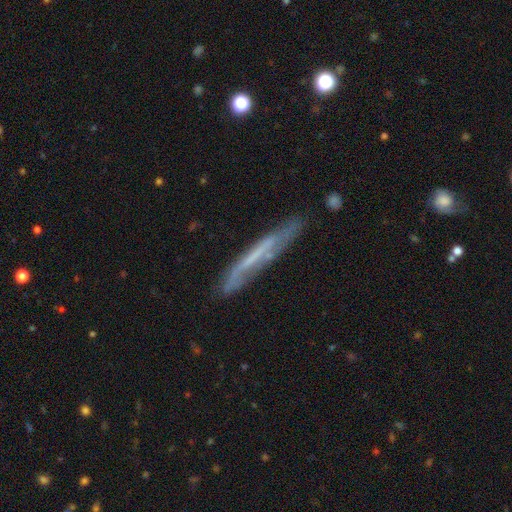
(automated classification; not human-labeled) Smooth or featured?
  - featured or disk: 60% *
  - smooth: 32%
  - star or artifact: 7%
Edge-on disk?
  - yes: 77% *
  - no: 23%
Merging?
  - none: 72% *
  - minor disturbance: 20%
  - major disturbance: 5%
  - merger: 3%